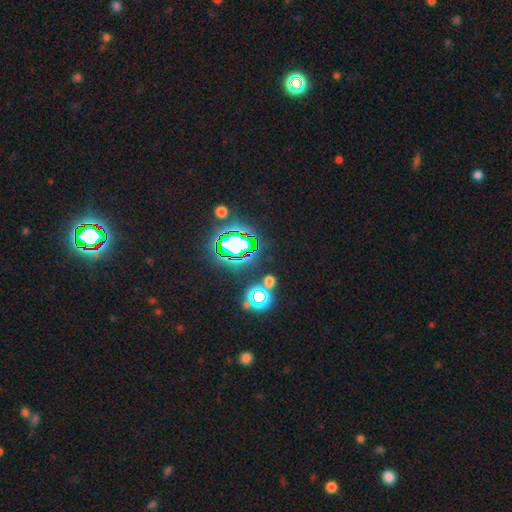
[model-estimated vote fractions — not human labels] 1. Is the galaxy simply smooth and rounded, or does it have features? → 78% star or artifact, 14% smooth, 7% featured or disk.